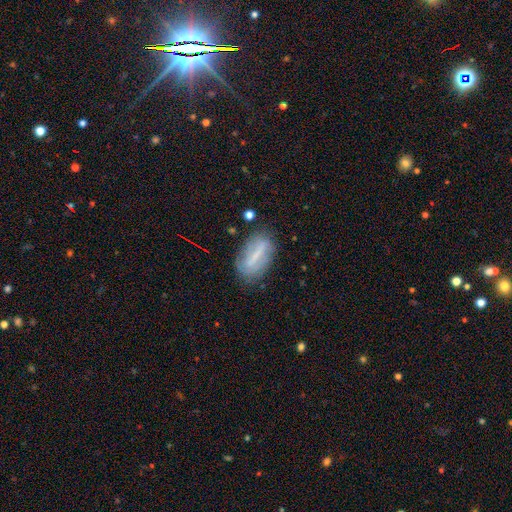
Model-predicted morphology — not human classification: A featured or disk galaxy (50%). Merging: none (71%).